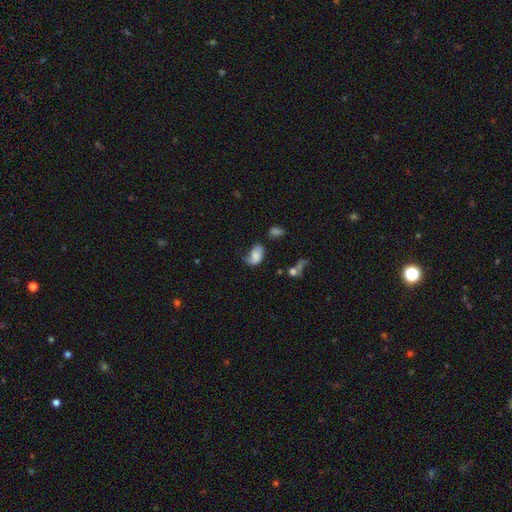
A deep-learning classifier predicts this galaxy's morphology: type=smooth (56%); roundness=in between (84%); merging=minor disturbance (34%, tied with none).